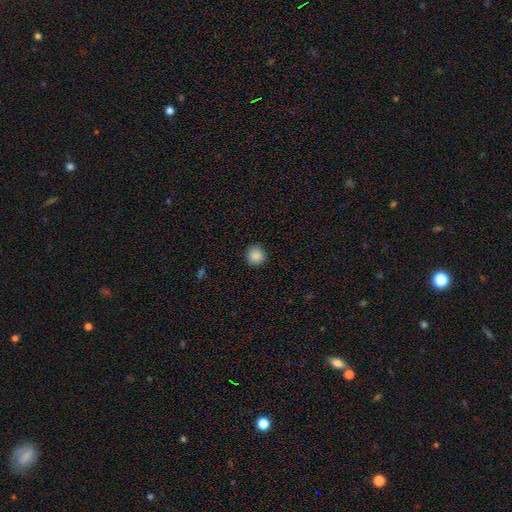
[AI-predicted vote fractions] Smooth or featured?
  - smooth: 88% *
  - star or artifact: 9%
  - featured or disk: 3%
How rounded?
  - round: 92% *
  - in between: 7%
  - cigar-shaped: 1%
Merging?
  - none: 90% *
  - minor disturbance: 7%
  - major disturbance: 2%
  - merger: 1%